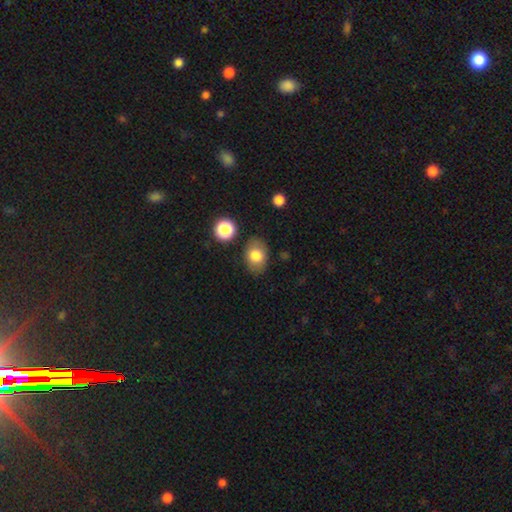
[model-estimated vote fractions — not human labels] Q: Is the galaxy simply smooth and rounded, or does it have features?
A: smooth — 78%.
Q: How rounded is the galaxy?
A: in between — 72%.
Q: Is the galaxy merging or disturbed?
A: none — 82%.